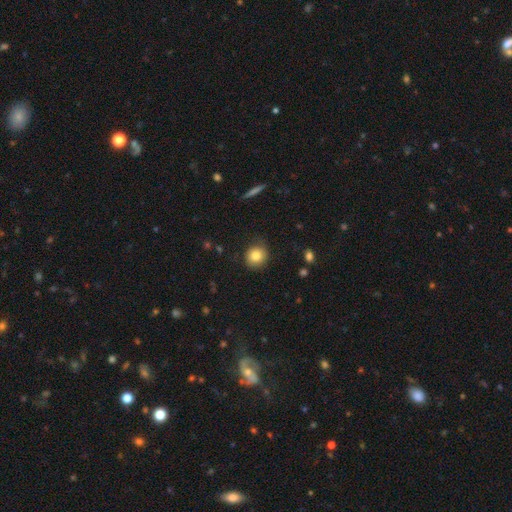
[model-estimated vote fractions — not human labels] The model was most divided on "how rounded": round: 85%, in between: 14%, cigar-shaped: 1%. More confident: merging — none (85%); smooth or featured — smooth (82%).